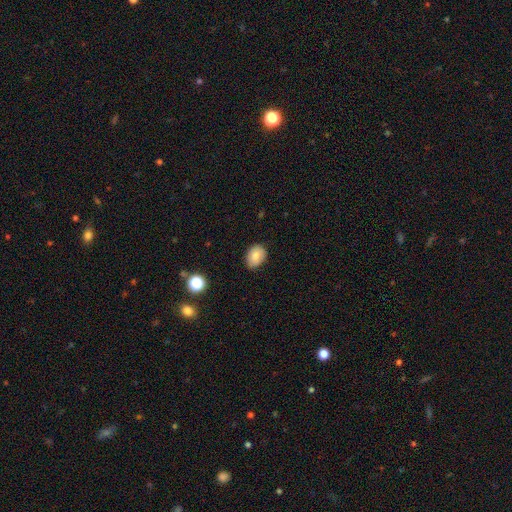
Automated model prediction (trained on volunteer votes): The model was most divided on "how rounded": in between: 72%, round: 27%, cigar-shaped: 1%. More confident: merging — none (82%); smooth or featured — smooth (81%).